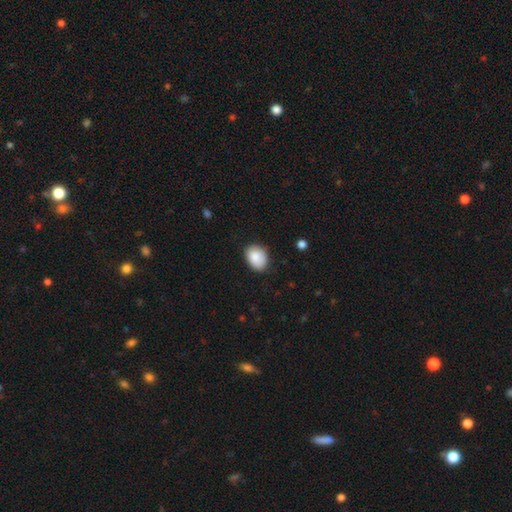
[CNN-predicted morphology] Q: Smooth or featured?
A: smooth (87%); runner-up: star or artifact (7%)
Q: How rounded?
A: in between (67%); runner-up: round (32%)
Q: Merging?
A: none (81%); runner-up: minor disturbance (15%)